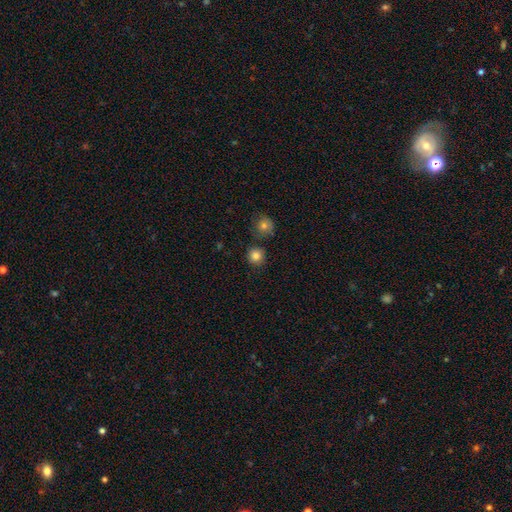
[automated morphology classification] Smooth or featured?
  - smooth: 83% *
  - star or artifact: 11%
  - featured or disk: 6%
How rounded?
  - round: 91% *
  - in between: 8%
  - cigar-shaped: 1%
Merging?
  - none: 80% *
  - minor disturbance: 9%
  - merger: 8%
  - major disturbance: 3%